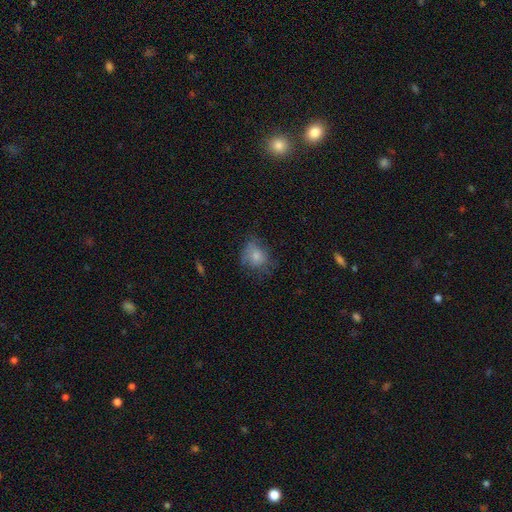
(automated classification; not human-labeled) Smooth or featured: smooth — 75% (featured or disk — 15%)
How rounded: round — 63% (in between — 35%)
Merging: none — 52% (minor disturbance — 29%)